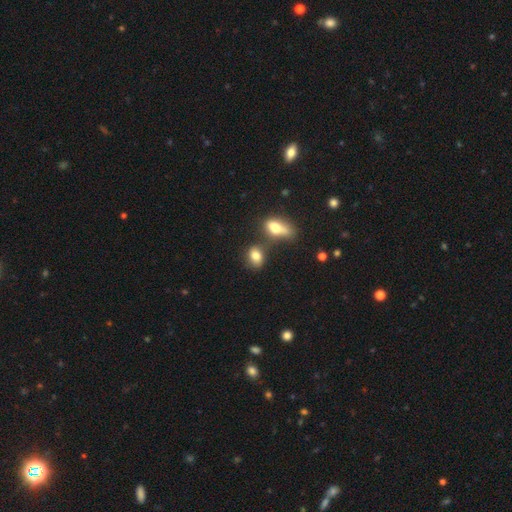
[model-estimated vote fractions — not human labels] Smooth or featured: smooth — 78% (featured or disk — 11%)
How rounded: in between — 73% (round — 25%)
Merging: none — 51% (merger — 27%)